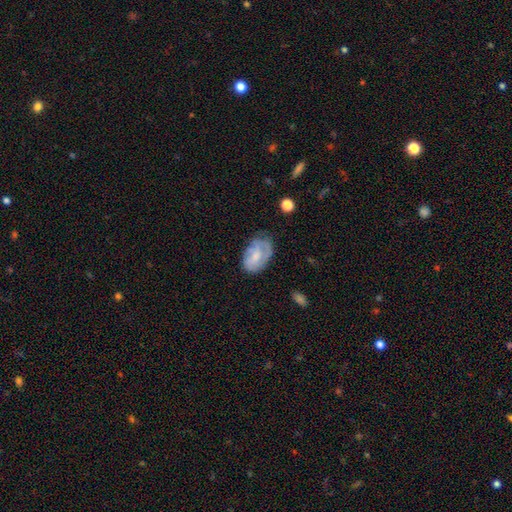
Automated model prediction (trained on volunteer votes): A smooth galaxy with no disk features (49%).

Vote fractions:
- Smooth or featured? smooth: 49% / featured or disk: 43% / star or artifact: 8%
- Merging? none: 53% / minor disturbance: 31% / major disturbance: 13% / merger: 2%